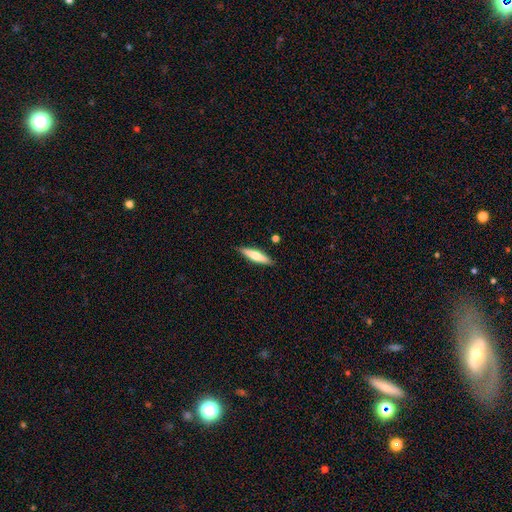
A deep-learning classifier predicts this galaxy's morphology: This is possibly a smooth galaxy (57%). How rounded: likely cigar-shaped (78%). Merging: clearly none (88%).